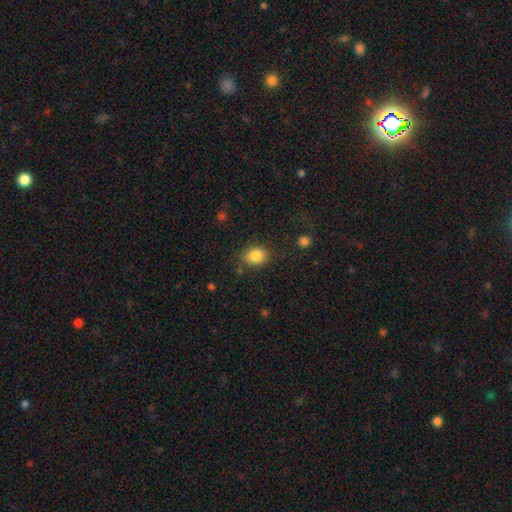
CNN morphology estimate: smooth_or_featured: smooth (p=0.85) [alt: star or artifact p=0.09]
how_rounded: round (p=0.51) [alt: in between p=0.48]
merging: none (p=0.81) [alt: minor disturbance p=0.12]